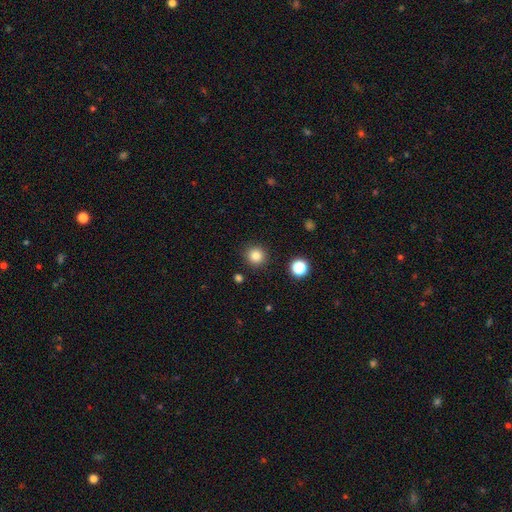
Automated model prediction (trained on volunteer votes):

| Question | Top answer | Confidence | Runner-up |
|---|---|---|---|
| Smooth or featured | smooth | 84% | star or artifact (12%) |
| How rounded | round | 94% | in between (5%) |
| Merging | none | 90% | minor disturbance (6%) |